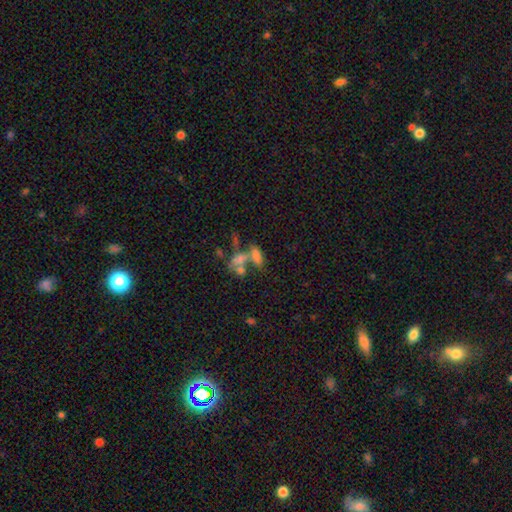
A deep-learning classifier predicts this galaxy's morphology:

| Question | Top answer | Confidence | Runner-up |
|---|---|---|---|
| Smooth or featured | smooth | 56% | featured or disk (27%) |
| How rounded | in between | 77% | cigar-shaped (12%) |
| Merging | merger | 56% | none (24%) |